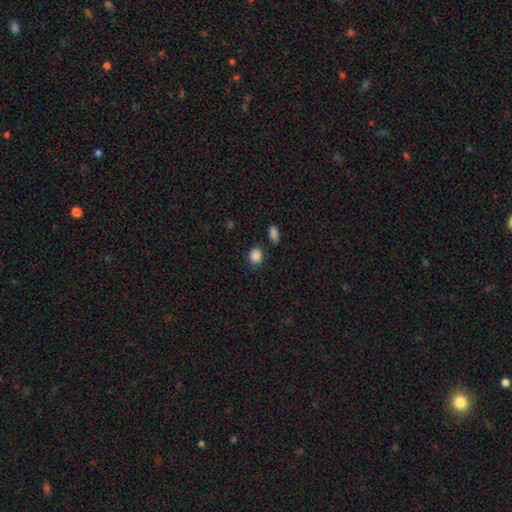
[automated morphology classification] Smooth or featured?
  - smooth: 87% *
  - star or artifact: 9%
  - featured or disk: 3%
How rounded?
  - round: 59% *
  - in between: 40%
  - cigar-shaped: 1%
Merging?
  - none: 79% *
  - minor disturbance: 13%
  - merger: 5%
  - major disturbance: 3%